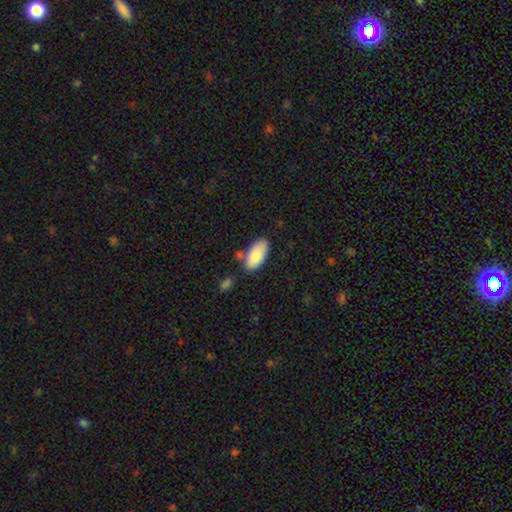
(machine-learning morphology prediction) Smooth or featured? Predicted: smooth (p=0.85). How rounded? Predicted: in between (p=0.92). Merging? Predicted: none (p=0.73).